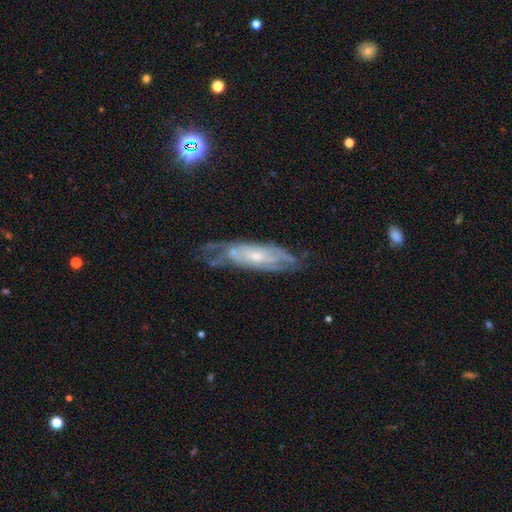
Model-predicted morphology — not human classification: Overall: featured or disk (73%). Edge-on disk: no (76%). Bar: no (70%). Spiral arms: yes (78%). Bulge size: small (61%; moderate 33%). Merging: none (55%; minor disturbance 27%).